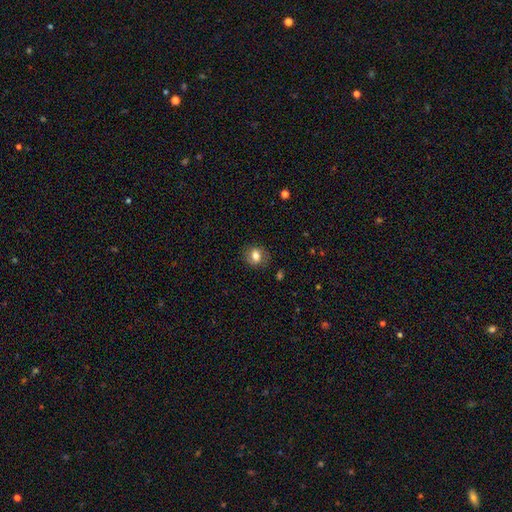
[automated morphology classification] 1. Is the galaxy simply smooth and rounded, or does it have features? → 75% smooth, 15% featured or disk, 11% star or artifact.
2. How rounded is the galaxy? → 66% round, 33% in between, 1% cigar-shaped.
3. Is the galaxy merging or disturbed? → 83% none, 12% minor disturbance, 4% major disturbance, 1% merger.